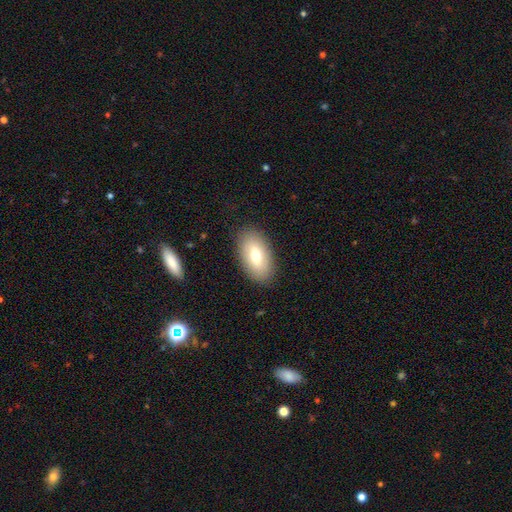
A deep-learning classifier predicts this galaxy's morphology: This appears to be a smooth galaxy with no disk features (70%) that is in between round and cigar-shaped (92%). Merging: none (87%).